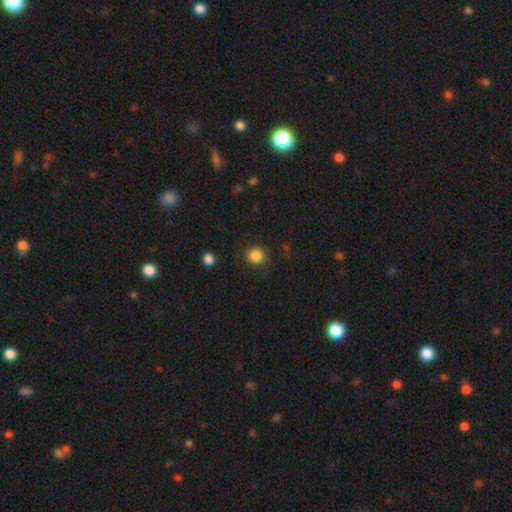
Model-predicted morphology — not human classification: A smooth galaxy with no disk features (85%) that is round (91%). Merging: none (85%).